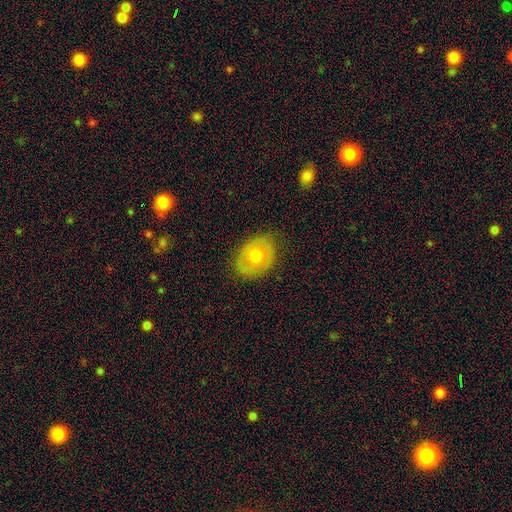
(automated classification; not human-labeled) The model was most divided on "how rounded": in between: 64%, round: 35%, cigar-shaped: 1%. More confident: merging — none (79%); smooth or featured — smooth (63%).